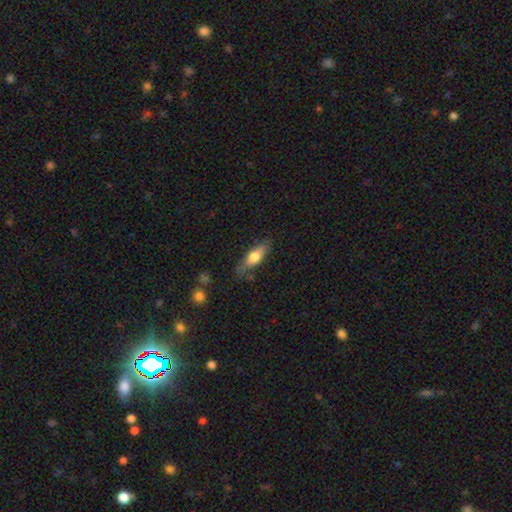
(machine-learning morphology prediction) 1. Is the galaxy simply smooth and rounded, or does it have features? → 64% smooth, 30% featured or disk, 6% star or artifact.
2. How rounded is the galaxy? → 54% in between, 43% cigar-shaped, 3% round.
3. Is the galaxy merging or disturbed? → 71% none, 21% minor disturbance, 5% major disturbance, 3% merger.